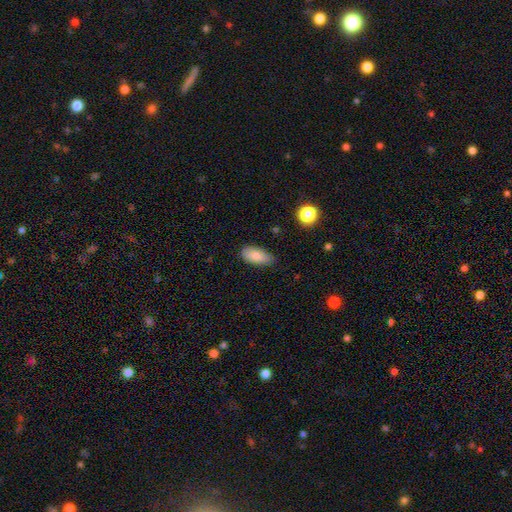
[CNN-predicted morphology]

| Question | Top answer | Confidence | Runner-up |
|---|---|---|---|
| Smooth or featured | smooth | 85% | featured or disk (8%) |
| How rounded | in between | 90% | cigar-shaped (7%) |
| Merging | none | 75% | minor disturbance (20%) |